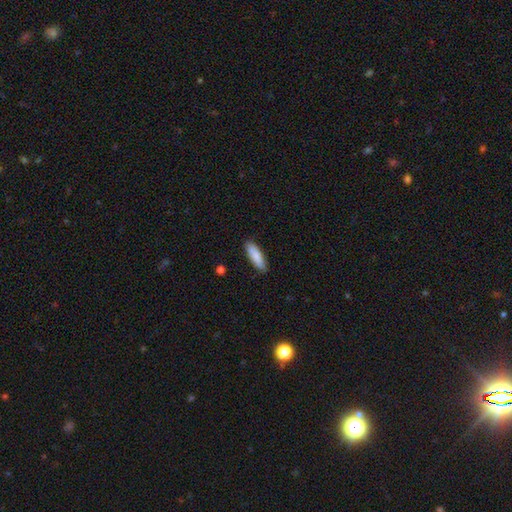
Volunteers were most divided on "how rounded": cigar-shaped: 61%, in between: 39%, round: 0%. More confident: smooth or featured — smooth (95%); merging — none (92%).